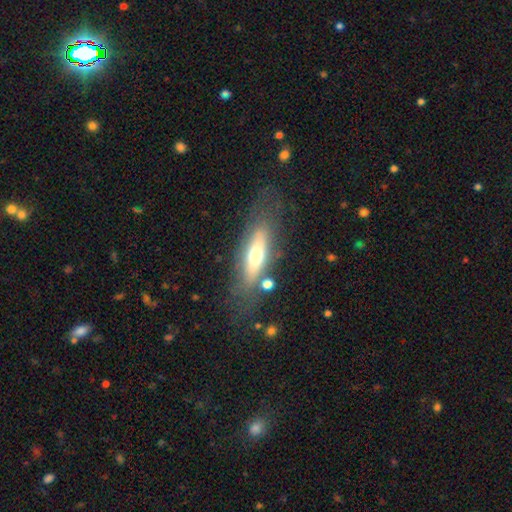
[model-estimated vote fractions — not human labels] This appears to be a smooth galaxy with no disk features (48%). Merging: none (69%).